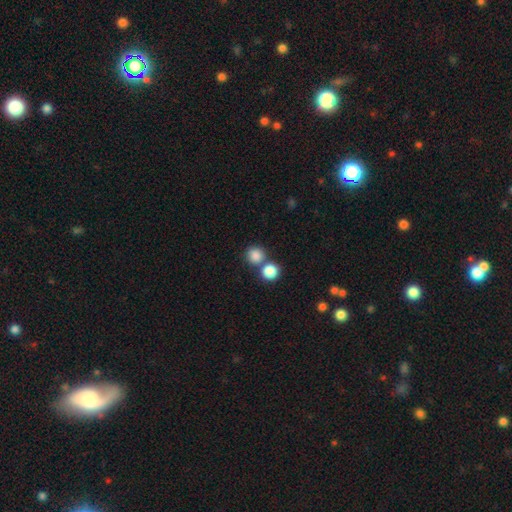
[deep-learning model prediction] Smooth or featured: smooth — 84% (star or artifact — 10%)
How rounded: round — 88% (in between — 11%)
Merging: none — 57% (merger — 33%)